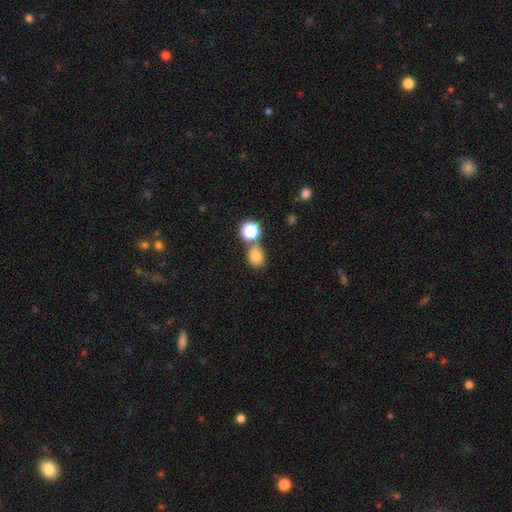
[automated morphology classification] The model was most divided on "how rounded": round: 66%, in between: 33%, cigar-shaped: 1%. More confident: smooth or featured — smooth (78%); merging — none (60%).